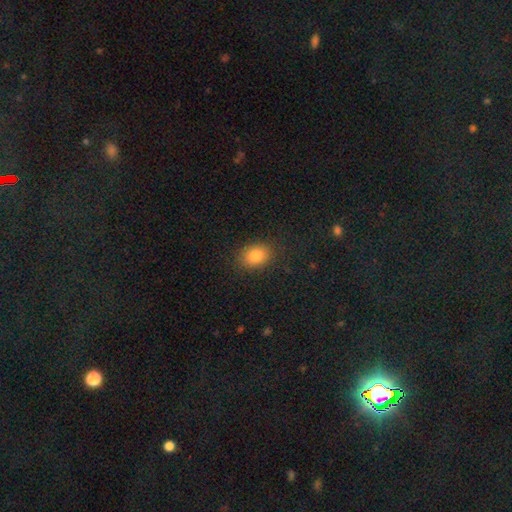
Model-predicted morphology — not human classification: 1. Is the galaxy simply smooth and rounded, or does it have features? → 83% smooth, 10% star or artifact, 7% featured or disk.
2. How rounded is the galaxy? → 67% in between, 32% round, 1% cigar-shaped.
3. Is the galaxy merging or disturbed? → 87% none, 9% minor disturbance, 3% major disturbance, 1% merger.